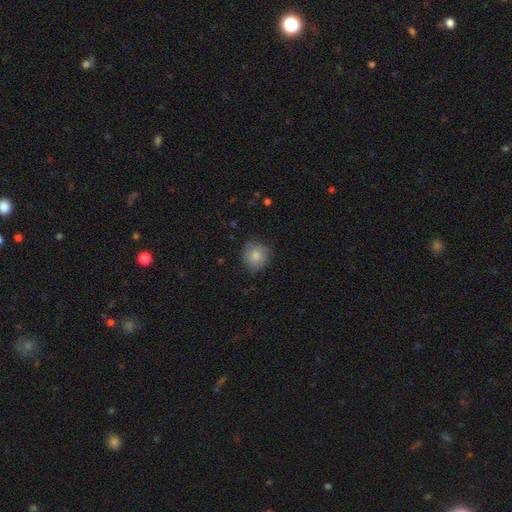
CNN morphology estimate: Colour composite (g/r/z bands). It shows a smooth galaxy with no disk features (84%) that is round (88%). Merging: none (80%).